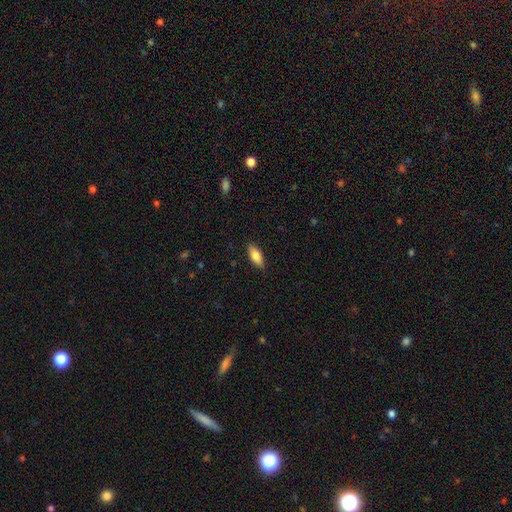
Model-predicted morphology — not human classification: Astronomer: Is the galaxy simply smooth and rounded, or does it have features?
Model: smooth — 78%.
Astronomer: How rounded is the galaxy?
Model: in between — 77%.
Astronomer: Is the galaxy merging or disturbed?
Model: none — 87%.